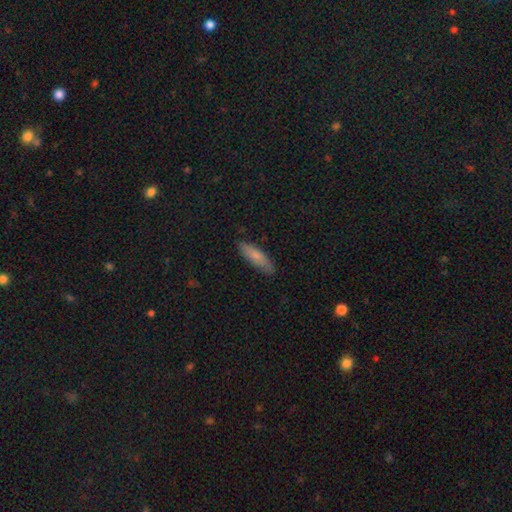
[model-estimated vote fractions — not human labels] A smooth galaxy with no disk features (78%) that is cigar-shaped (62%).

Vote fractions:
- Smooth or featured? smooth: 78% / featured or disk: 16% / star or artifact: 6%
- How rounded? cigar-shaped: 62% / in between: 37% / round: 2%
- Merging? none: 84% / minor disturbance: 13% / major disturbance: 2% / merger: 1%